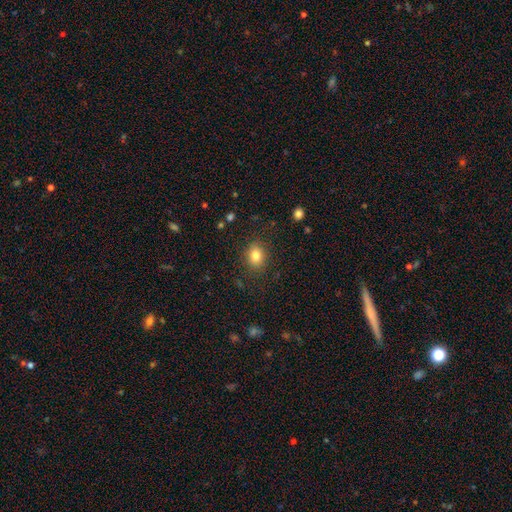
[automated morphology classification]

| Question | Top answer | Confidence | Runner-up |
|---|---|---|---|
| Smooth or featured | smooth | 82% | star or artifact (10%) |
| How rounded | round | 57% | in between (43%) |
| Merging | none | 85% | minor disturbance (10%) |